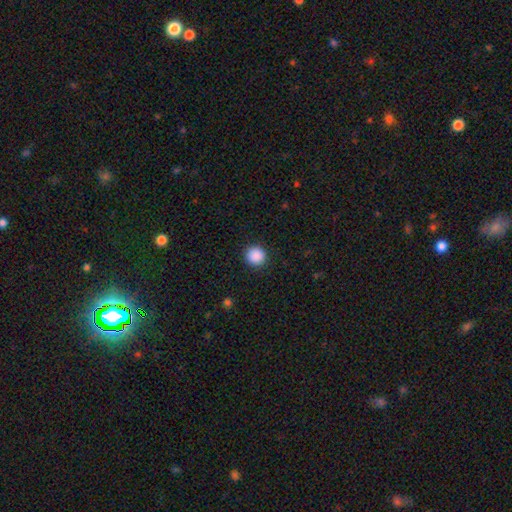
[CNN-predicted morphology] Smooth or featured? Predicted: smooth (p=0.89). How rounded? Predicted: round (p=0.95). Merging? Predicted: none (p=0.92).